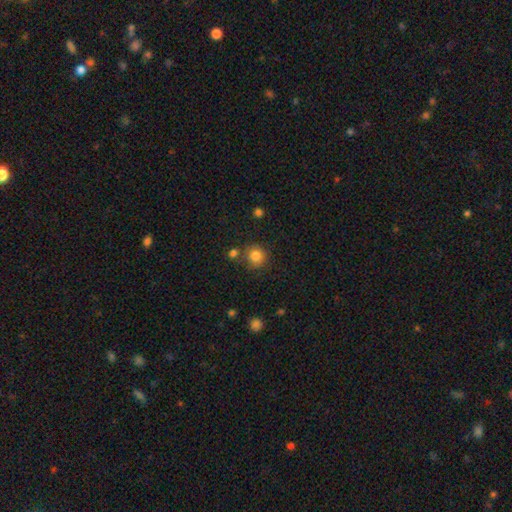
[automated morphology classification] The model was most divided on "merging": none: 77%, minor disturbance: 11%, merger: 9%, major disturbance: 3%. More confident: how rounded — round (90%); smooth or featured — smooth (83%).